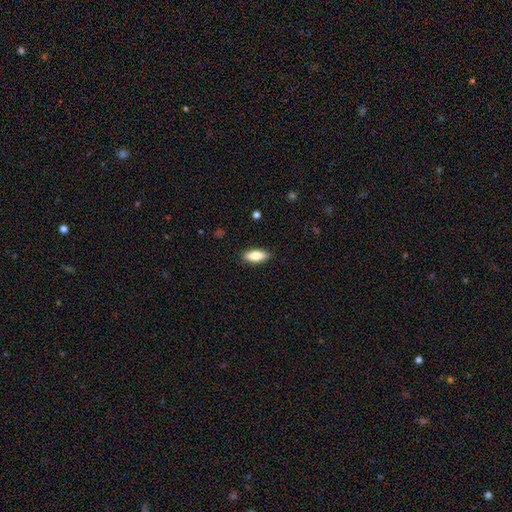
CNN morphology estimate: Q: Smooth or featured?
A: smooth (76%); runner-up: featured or disk (17%)
Q: How rounded?
A: in between (74%); runner-up: cigar-shaped (23%)
Q: Merging?
A: none (89%); runner-up: minor disturbance (8%)